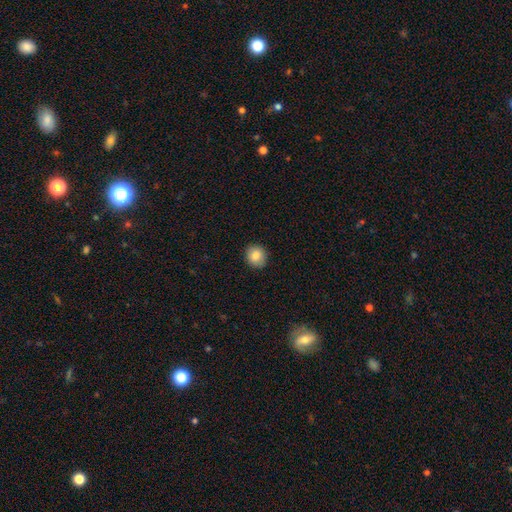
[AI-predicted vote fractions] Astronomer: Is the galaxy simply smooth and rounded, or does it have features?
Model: smooth — 84%.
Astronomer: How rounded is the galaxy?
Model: round — 84%.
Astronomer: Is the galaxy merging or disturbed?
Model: none — 91%.